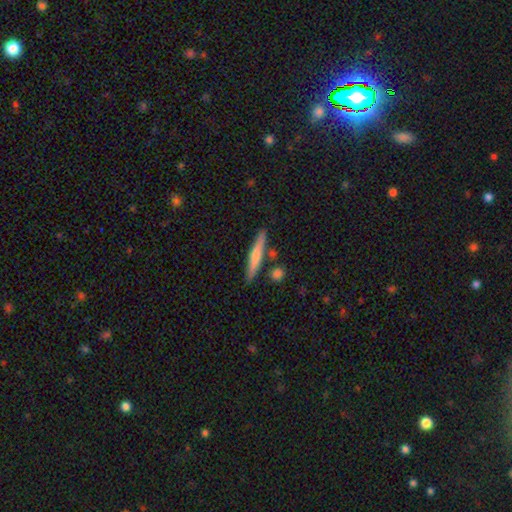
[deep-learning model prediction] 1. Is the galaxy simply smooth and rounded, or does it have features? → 48% smooth, 46% featured or disk, 6% star or artifact.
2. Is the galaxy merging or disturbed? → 84% none, 8% minor disturbance, 5% merger, 2% major disturbance.